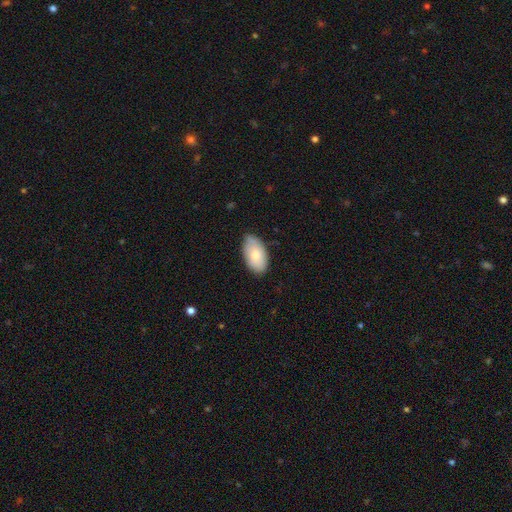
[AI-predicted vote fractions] A smooth galaxy with no disk features (77%) that is in between round and cigar-shaped (95%).

Vote fractions:
- Smooth or featured? smooth: 77% / featured or disk: 17% / star or artifact: 6%
- How rounded? in between: 95% / round: 4% / cigar-shaped: 2%
- Merging? none: 74% / minor disturbance: 22% / major disturbance: 3% / merger: 1%